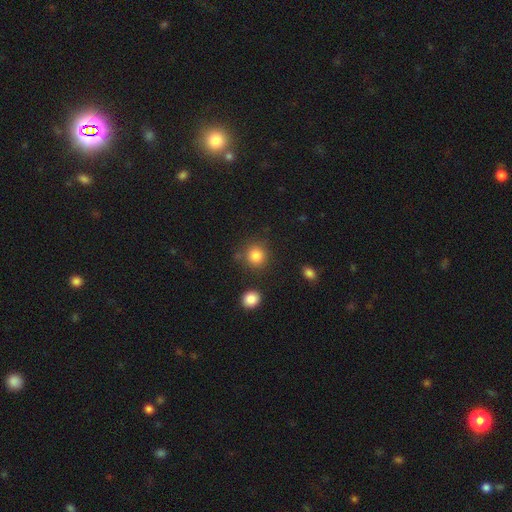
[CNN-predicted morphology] smooth-or-featured: smooth: 85% | star or artifact: 10% | featured or disk: 5%
  how-rounded: round: 90% | in between: 9% | cigar-shaped: 1%
  merging: none: 81% | minor disturbance: 9% | merger: 6% | major disturbance: 4%